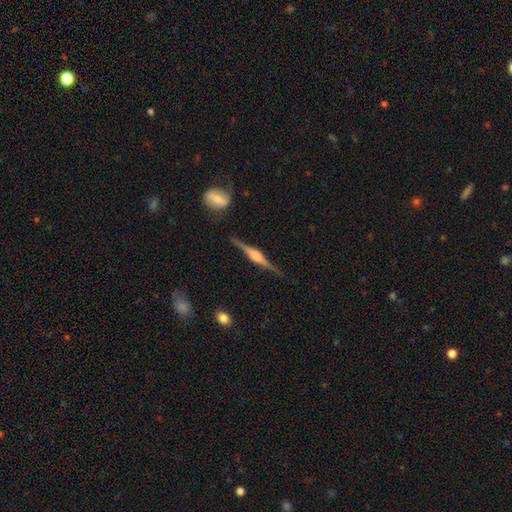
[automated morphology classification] Smooth or featured?
  - featured or disk: 83% *
  - smooth: 11%
  - star or artifact: 6%
Edge-on disk?
  - yes: 98% *
  - no: 2%
Edge-on bulge?
  - rounded: 71% *
  - boxy: 25%
  - none: 4%
Merging?
  - none: 87% *
  - minor disturbance: 9%
  - major disturbance: 2%
  - merger: 2%